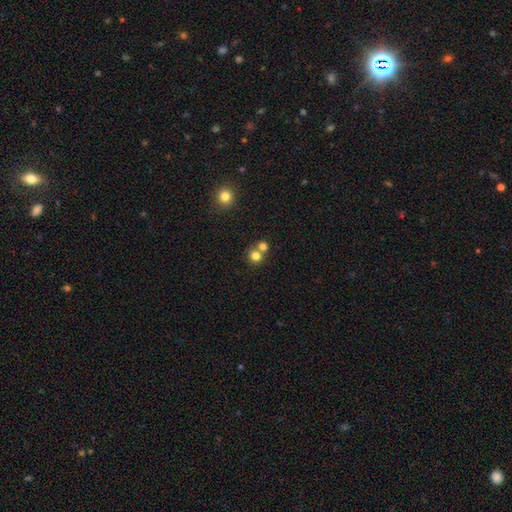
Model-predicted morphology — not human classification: smooth 79%, star or artifact 12%, featured or disk 9%. Down the decision tree: how rounded — round (87%); merging — none (52%).